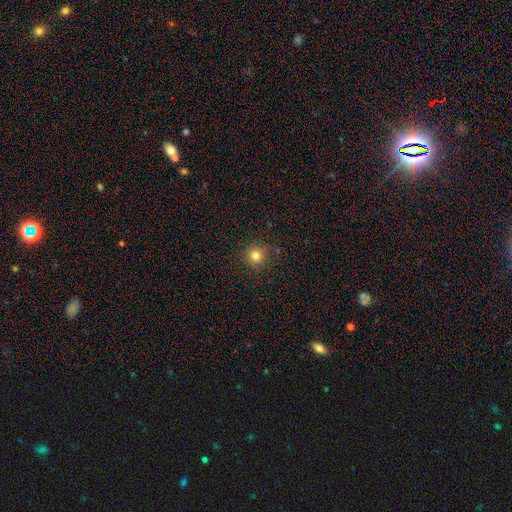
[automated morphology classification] Q: Smooth or featured?
A: smooth (80%); runner-up: star or artifact (14%)
Q: How rounded?
A: round (93%); runner-up: in between (6%)
Q: Merging?
A: none (87%); runner-up: minor disturbance (9%)